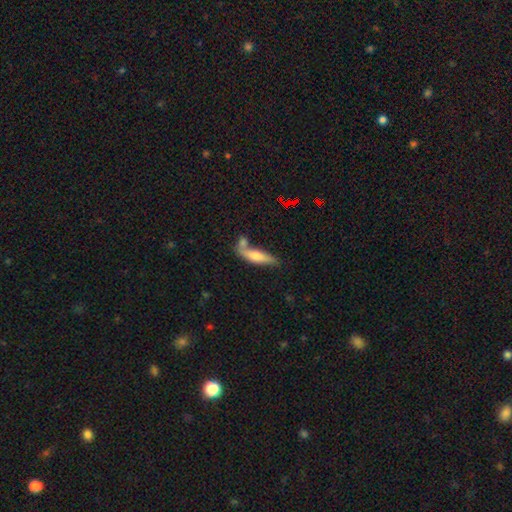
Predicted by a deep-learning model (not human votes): Q: Smooth or featured?
A: smooth (63%); runner-up: featured or disk (29%)
Q: How rounded?
A: cigar-shaped (62%); runner-up: in between (36%)
Q: Merging?
A: none (44%); runner-up: merger (30%)